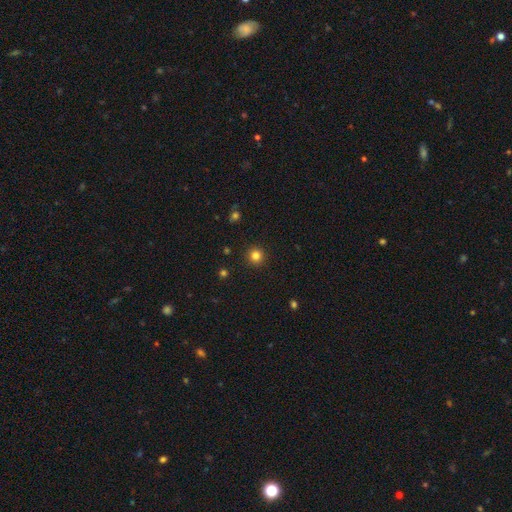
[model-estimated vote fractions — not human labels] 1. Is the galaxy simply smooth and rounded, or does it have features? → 81% smooth, 14% star or artifact, 5% featured or disk.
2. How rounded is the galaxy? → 95% round, 4% in between, 1% cigar-shaped.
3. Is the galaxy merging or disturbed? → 92% none, 5% minor disturbance, 2% major disturbance, 1% merger.